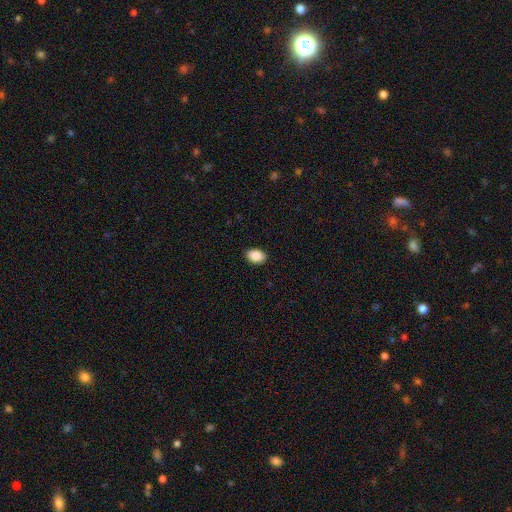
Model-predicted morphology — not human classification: Q: Smooth or featured?
A: smooth (89%); runner-up: star or artifact (7%)
Q: How rounded?
A: in between (83%); runner-up: round (16%)
Q: Merging?
A: none (90%); runner-up: minor disturbance (8%)